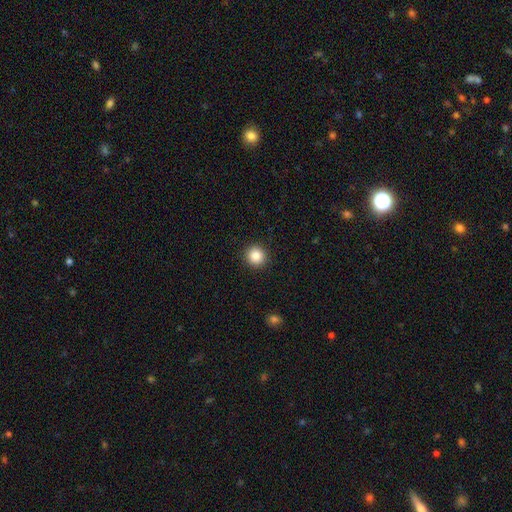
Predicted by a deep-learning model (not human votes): This appears to be a smooth galaxy with no disk features (87%) that is round (93%). Merging: none (91%).